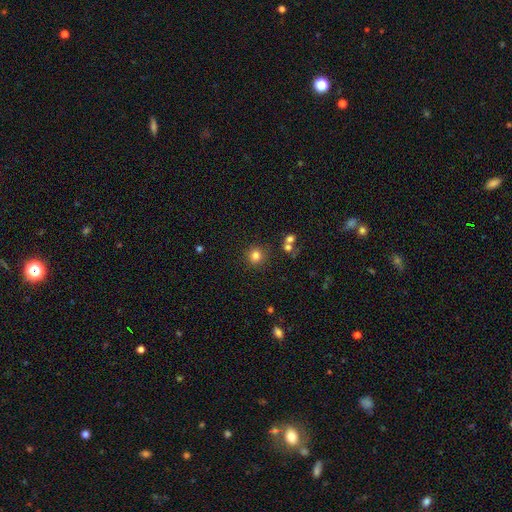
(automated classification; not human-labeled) This is clearly a smooth galaxy (80%). How rounded: clearly round (93%). Merging: clearly none (87%).